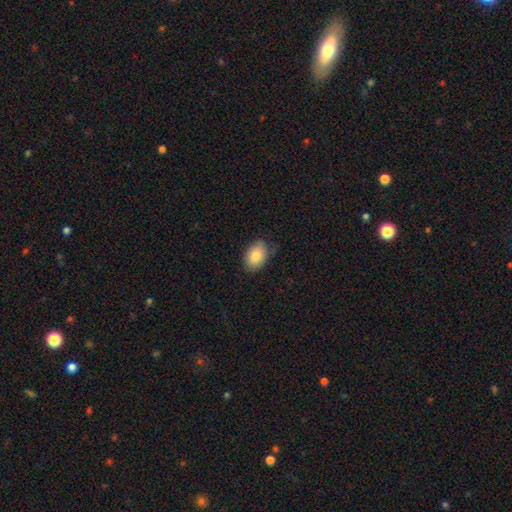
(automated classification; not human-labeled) A smooth galaxy with no disk features (83%) that is in between round and cigar-shaped (85%). Merging: none (81%).